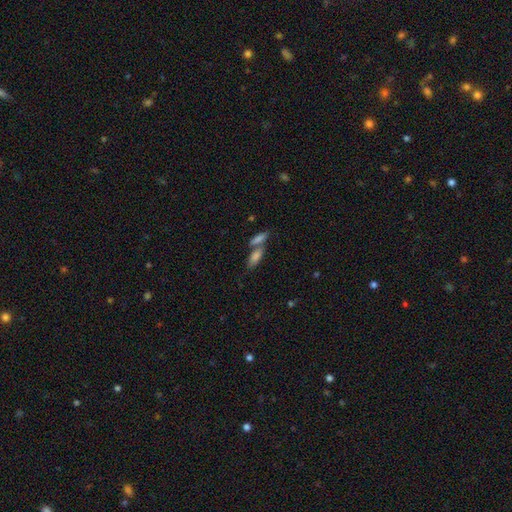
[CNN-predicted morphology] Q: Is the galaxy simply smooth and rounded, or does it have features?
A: smooth — 73%.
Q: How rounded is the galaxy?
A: in between — 65%.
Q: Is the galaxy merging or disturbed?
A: merger — 46%.